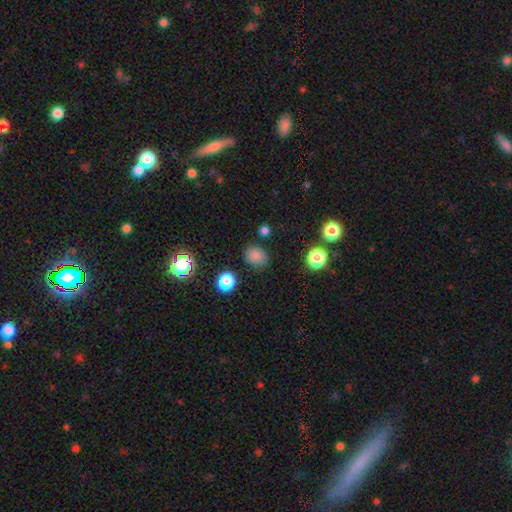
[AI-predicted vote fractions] Smooth or featured? smooth (79%)
How rounded? round (67%)
Merging? none (78%)